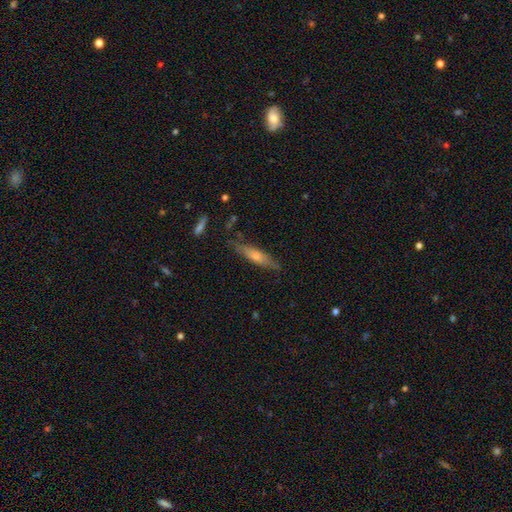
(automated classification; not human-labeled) This appears to be a featured or disk galaxy (51%) viewed edge-on (87%). Merging: none (82%).